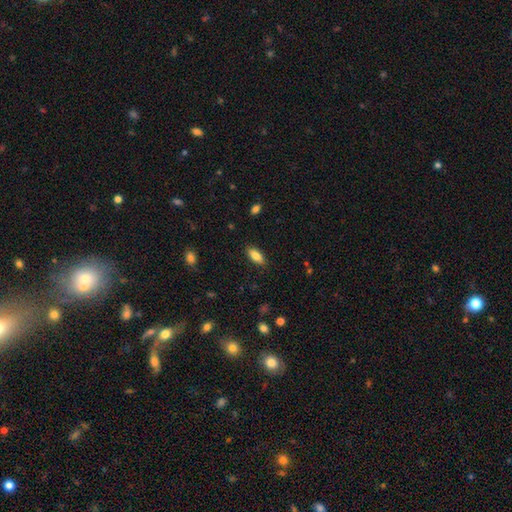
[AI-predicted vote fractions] This appears to be a smooth galaxy with no disk features (85%) that is in between round and cigar-shaped (84%). Merging: none (87%).